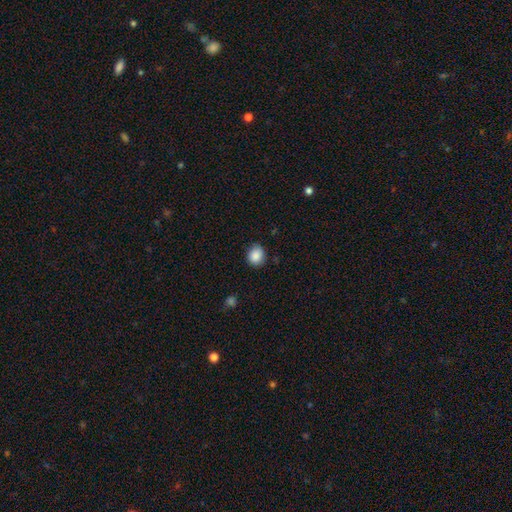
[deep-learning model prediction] This is clearly a smooth galaxy (87%). How rounded: likely round (72%). Merging: likely none (80%).